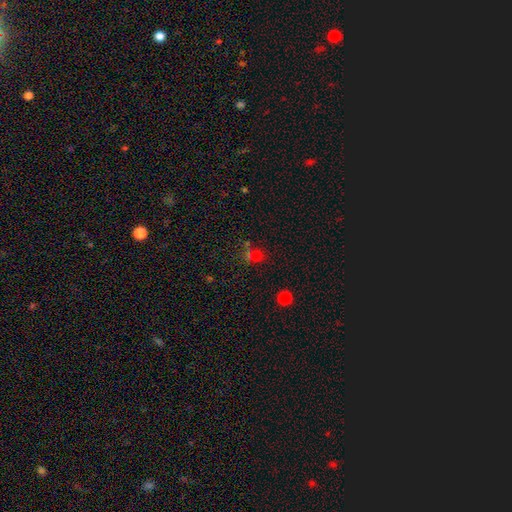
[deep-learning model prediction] The model was most divided on "merging": none: 49%, merger: 34%, minor disturbance: 10%, major disturbance: 7%. More confident: how rounded — round (73%); smooth or featured — smooth (53%).